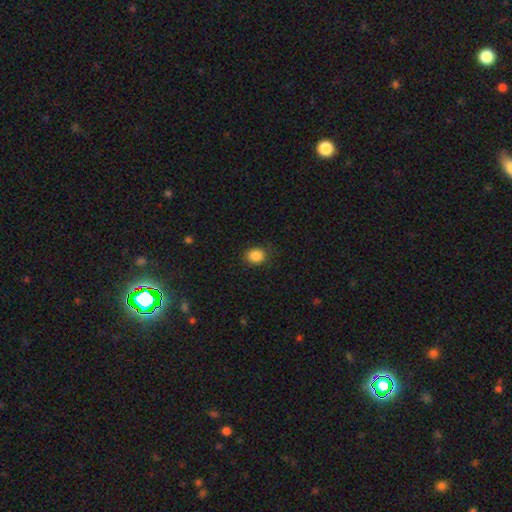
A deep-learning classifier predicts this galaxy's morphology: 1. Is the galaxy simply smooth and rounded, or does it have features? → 87% smooth, 10% star or artifact, 3% featured or disk.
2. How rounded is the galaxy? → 68% round, 31% in between, 1% cigar-shaped.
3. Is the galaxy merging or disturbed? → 86% none, 10% minor disturbance, 3% major disturbance, 1% merger.